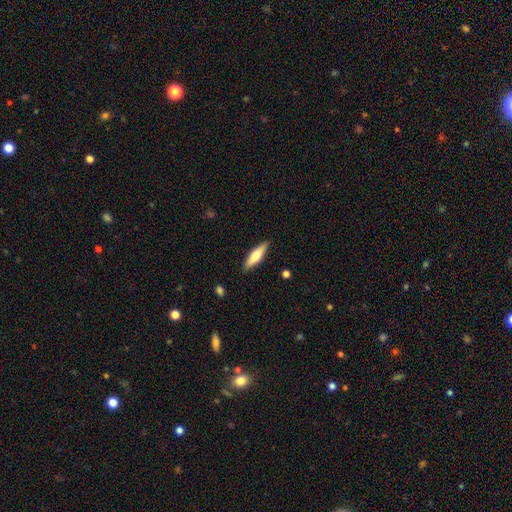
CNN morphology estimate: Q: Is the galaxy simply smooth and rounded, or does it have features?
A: smooth — 55%.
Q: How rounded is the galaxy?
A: cigar-shaped — 62%.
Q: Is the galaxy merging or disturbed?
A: none — 88%.